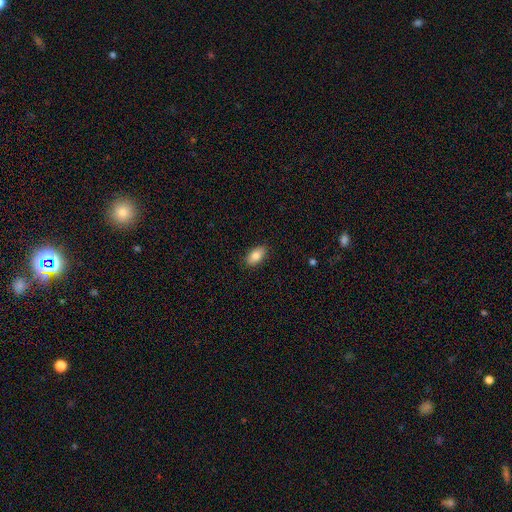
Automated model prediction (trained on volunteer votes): The model was most divided on "smooth or featured": smooth: 83%, featured or disk: 10%, star or artifact: 7%. More confident: how rounded — in between (91%); merging — none (87%).